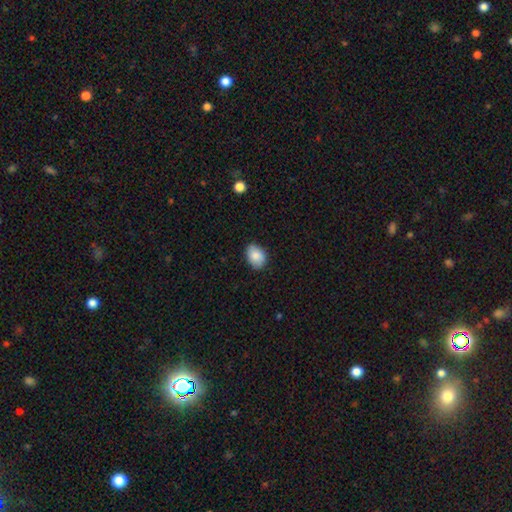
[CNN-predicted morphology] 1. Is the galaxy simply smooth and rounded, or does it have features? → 86% smooth, 7% star or artifact, 7% featured or disk.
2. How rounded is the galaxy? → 76% in between, 23% round, 1% cigar-shaped.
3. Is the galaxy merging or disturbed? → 83% none, 13% minor disturbance, 2% major disturbance, 1% merger.